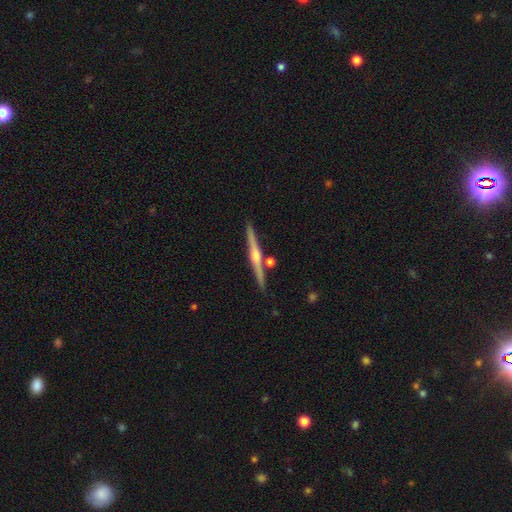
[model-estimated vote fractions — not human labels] A featured or disk galaxy (80%) viewed edge-on (98%) with a rounded central bulge (91%). Merging: none (87%).